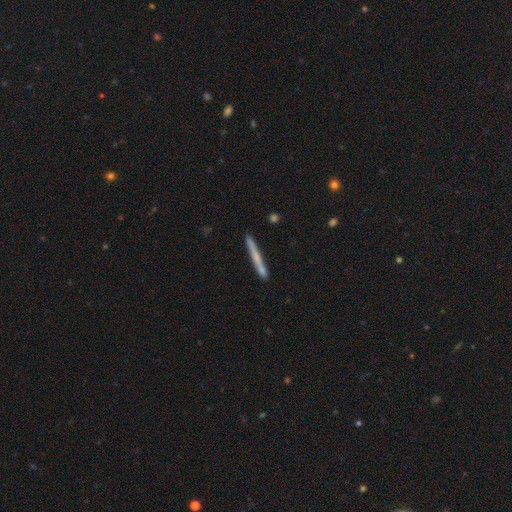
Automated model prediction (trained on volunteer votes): Q: Smooth or featured?
A: smooth (62%); runner-up: featured or disk (32%)
Q: How rounded?
A: cigar-shaped (97%); runner-up: in between (2%)
Q: Merging?
A: none (85%); runner-up: minor disturbance (10%)